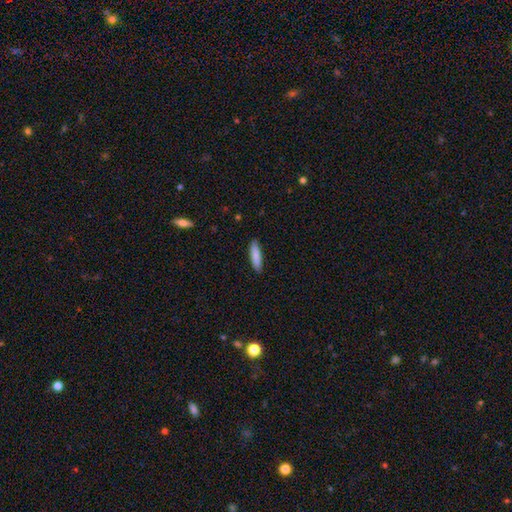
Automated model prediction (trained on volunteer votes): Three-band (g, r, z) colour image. It shows a smooth galaxy with no disk features (85%) that is cigar-shaped (73%). Merging: none (89%).